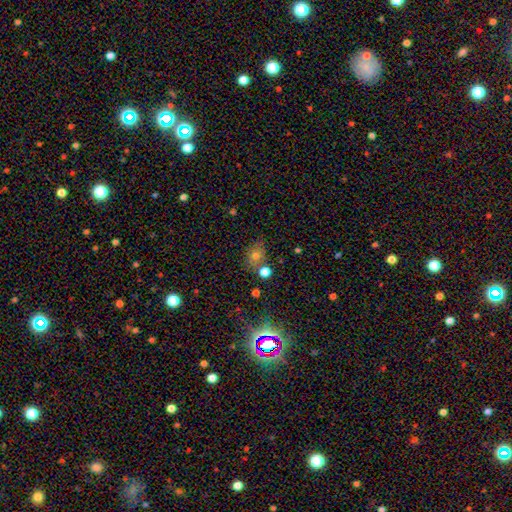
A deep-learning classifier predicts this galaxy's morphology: smooth-or-featured: smooth: 66% | star or artifact: 22% | featured or disk: 13%
  how-rounded: round: 52% | in between: 47% | cigar-shaped: 1%
  merging: none: 66% | merger: 15% | minor disturbance: 14% | major disturbance: 5%